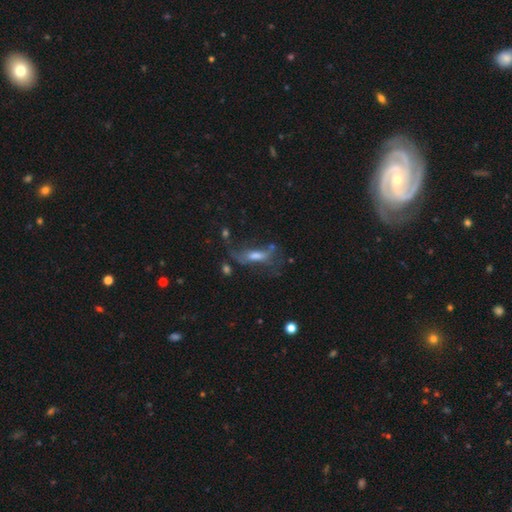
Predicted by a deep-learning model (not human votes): A featured or disk galaxy (51%).

Vote fractions:
- Smooth or featured? featured or disk: 51% / smooth: 29% / star or artifact: 20%
- Edge-on disk? no: 63% / yes: 37%
- Merging? none: 39% / major disturbance: 33% / minor disturbance: 19% / merger: 10%